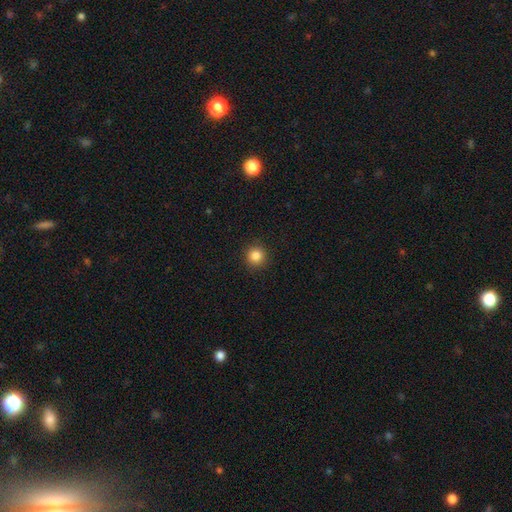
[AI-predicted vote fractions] A smooth galaxy with no disk features (85%) that is round (94%). Merging: none (92%).